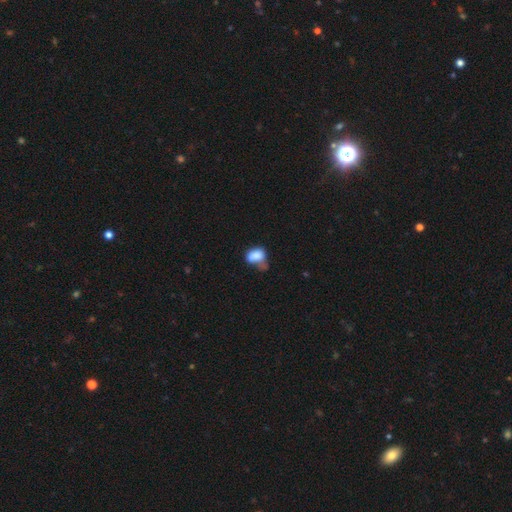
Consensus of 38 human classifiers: smooth 95%, featured or disk 3%, star or artifact 3%. Down the decision tree: how rounded — in between (89%); merging — none (70%).